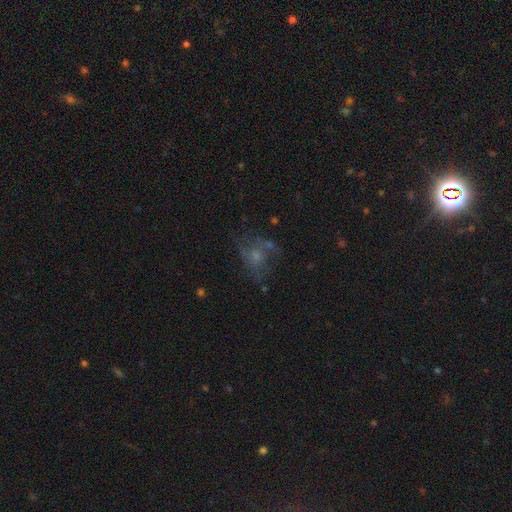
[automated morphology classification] Overall: featured or disk (48%; smooth 34%). Merging: none (46%; major disturbance 28%).